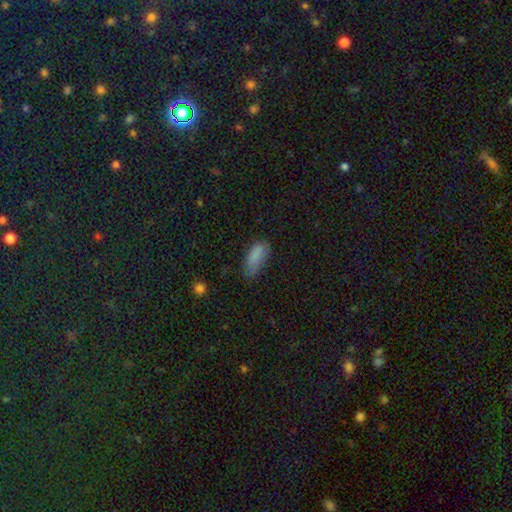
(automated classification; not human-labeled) A smooth galaxy with no disk features (85%) that is in between round and cigar-shaped (79%). Merging: none (57%).